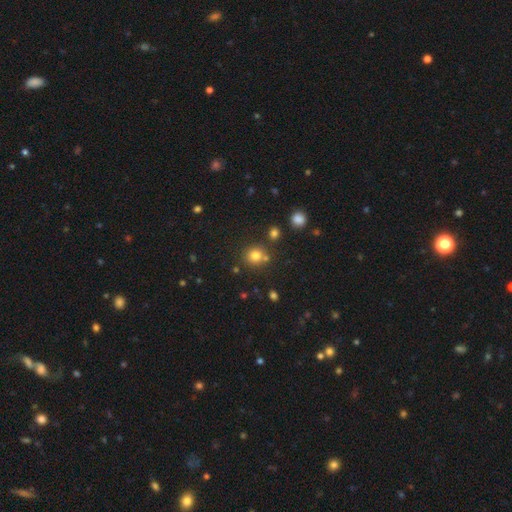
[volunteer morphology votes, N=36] Overall: smooth (89%). How rounded: round (94%). Merging: none (68%).